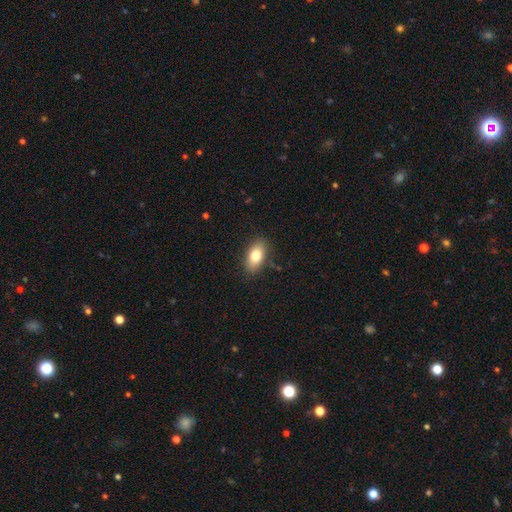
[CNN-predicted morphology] The model was most divided on "smooth or featured": smooth: 80%, featured or disk: 12%, star or artifact: 8%. More confident: how rounded — in between (90%); merging — none (85%).